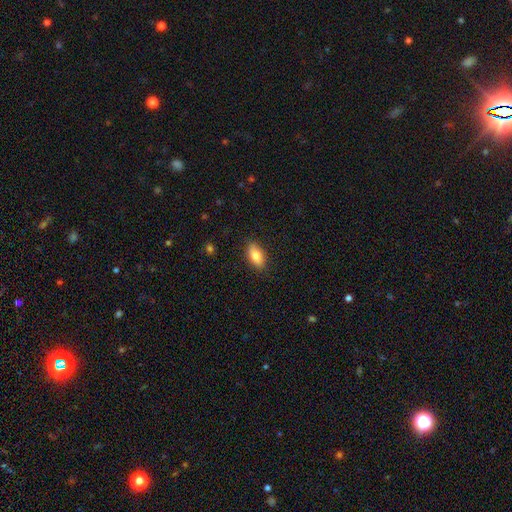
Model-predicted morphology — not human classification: smooth-or-featured: smooth: 80% | featured or disk: 13% | star or artifact: 7%
  how-rounded: in between: 88% | cigar-shaped: 8% | round: 4%
  merging: none: 86% | minor disturbance: 11% | major disturbance: 2% | merger: 1%